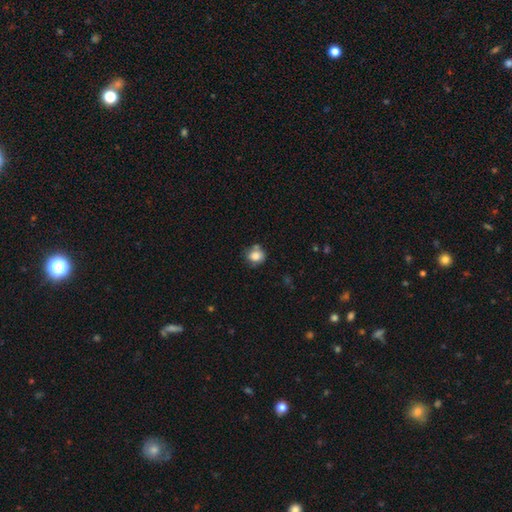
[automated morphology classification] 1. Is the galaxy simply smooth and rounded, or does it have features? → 83% smooth, 10% star or artifact, 8% featured or disk.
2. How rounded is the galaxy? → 76% round, 23% in between, 1% cigar-shaped.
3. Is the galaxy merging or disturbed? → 63% none, 23% minor disturbance, 8% merger, 6% major disturbance.